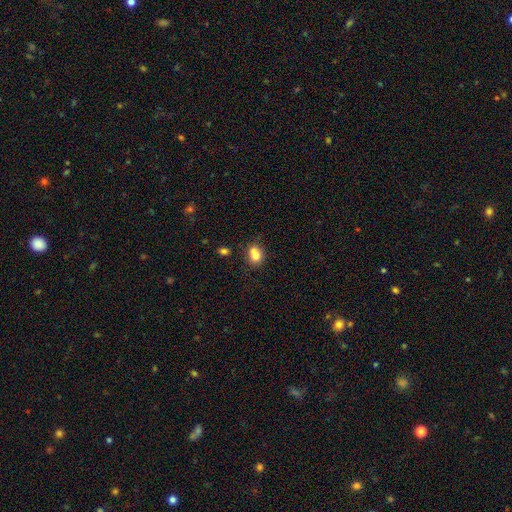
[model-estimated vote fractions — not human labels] Smooth or featured? Predicted: smooth (p=0.76). How rounded? Predicted: round (p=0.52). Merging? Predicted: none (p=0.45).